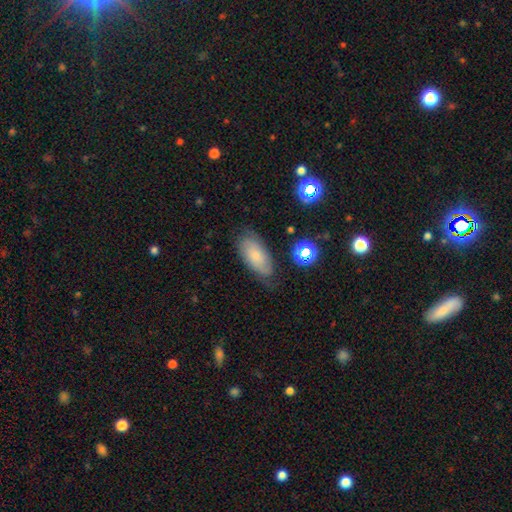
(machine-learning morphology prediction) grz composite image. It shows a smooth galaxy with no disk features (60%) that is in between round and cigar-shaped (89%). Merging: none (67%).